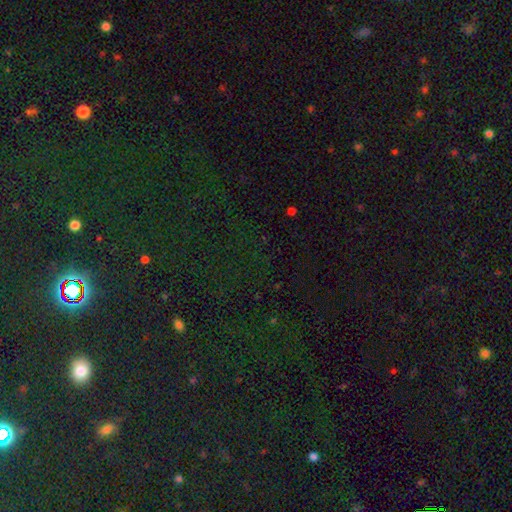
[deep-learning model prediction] star or artifact 78%, smooth 14%, featured or disk 8%.